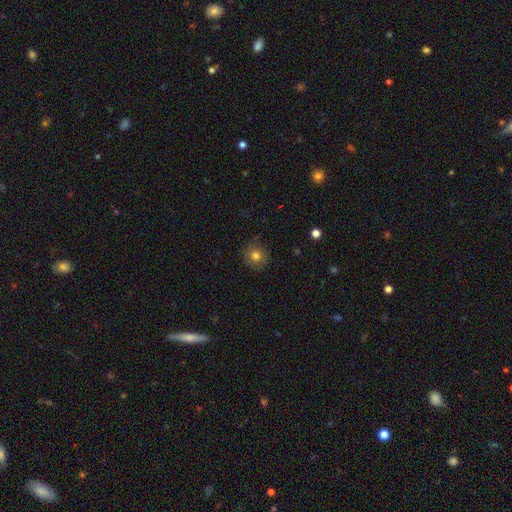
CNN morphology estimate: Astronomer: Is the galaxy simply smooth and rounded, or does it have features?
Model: smooth — 78%.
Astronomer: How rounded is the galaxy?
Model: round — 89%.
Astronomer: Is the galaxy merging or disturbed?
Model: none — 85%.